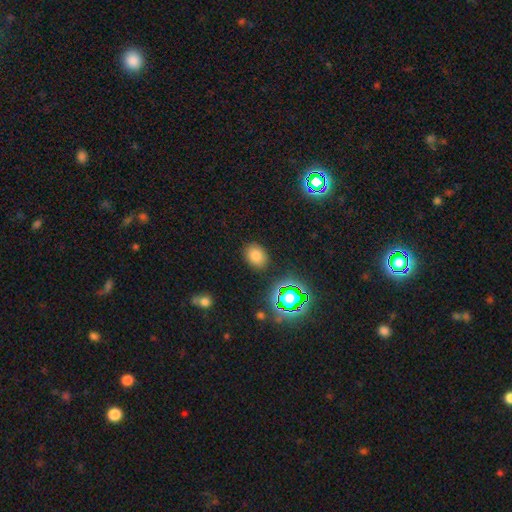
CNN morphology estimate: This appears to be a smooth galaxy with no disk features (76%) that is in between round and cigar-shaped (59%). Merging: none (85%).